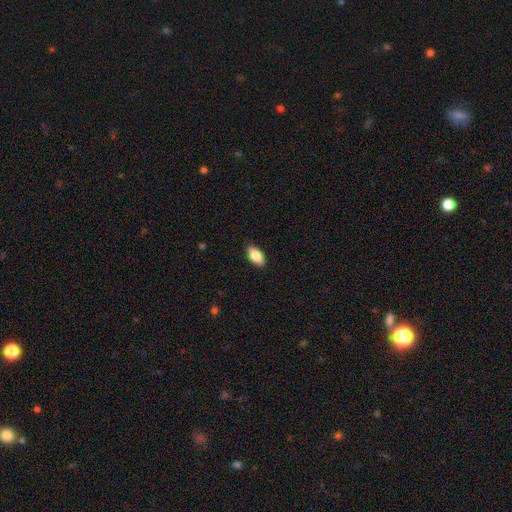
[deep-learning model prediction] This appears to be a smooth galaxy with no disk features (83%) that is in between round and cigar-shaped (88%). Merging: none (89%).